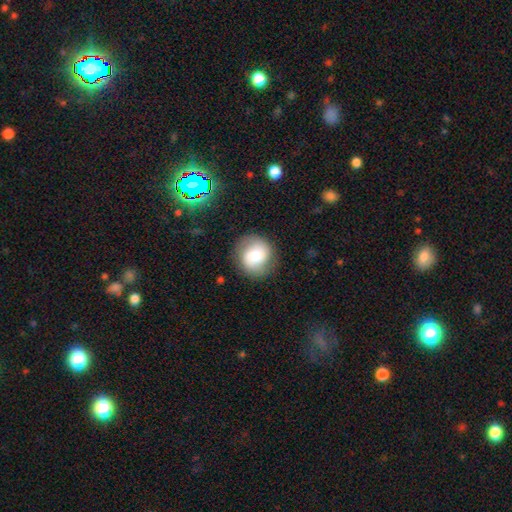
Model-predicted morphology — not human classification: The model was most divided on "smooth or featured": smooth: 55%, featured or disk: 36%, star or artifact: 9%. More confident: how rounded — round (87%); merging — none (81%).